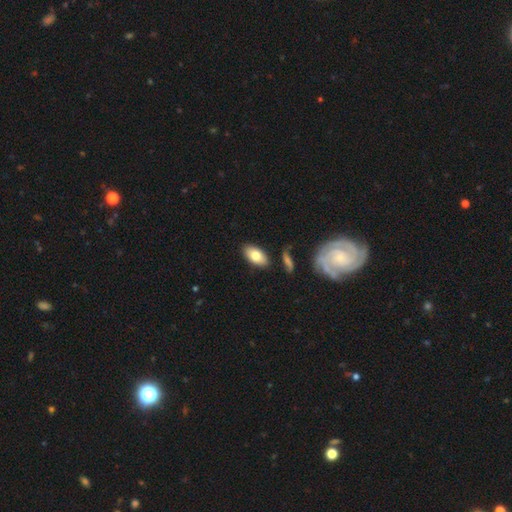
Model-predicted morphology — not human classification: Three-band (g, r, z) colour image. It shows a smooth galaxy with no disk features (77%) that is in between round and cigar-shaped (93%). Merging: none (84%).